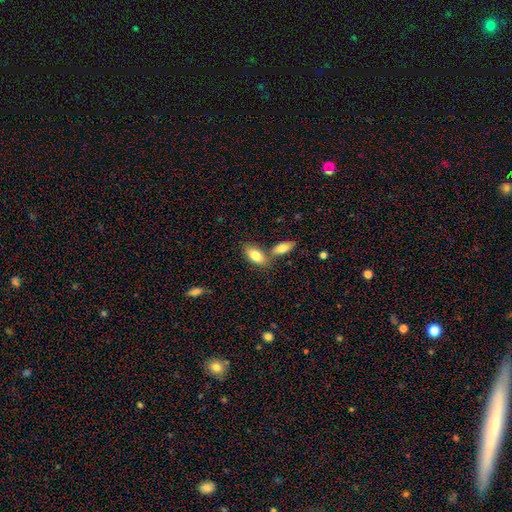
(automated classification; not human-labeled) Smooth or featured? Predicted: smooth (p=0.81). How rounded? Predicted: in between (p=0.89). Merging? Predicted: none (p=0.51).